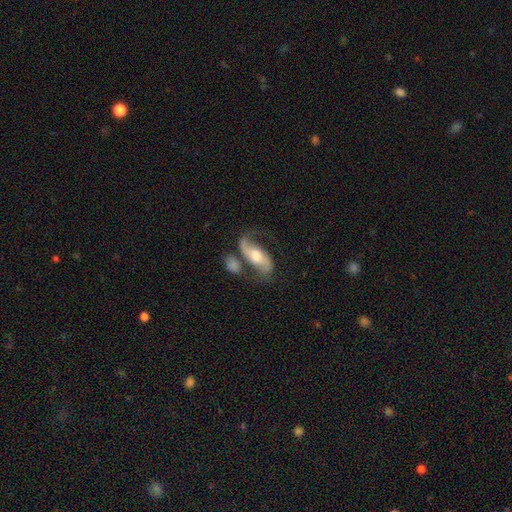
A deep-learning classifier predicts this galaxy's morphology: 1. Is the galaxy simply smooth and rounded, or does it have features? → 77% featured or disk, 17% smooth, 6% star or artifact.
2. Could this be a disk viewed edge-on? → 92% no, 8% yes.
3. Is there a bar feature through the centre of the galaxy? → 44% no, 35% weak, 21% strong.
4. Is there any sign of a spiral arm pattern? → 92% yes, 8% no.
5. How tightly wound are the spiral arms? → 60% loose, 31% medium, 9% tight.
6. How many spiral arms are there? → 89% 2, 4% can't tell, 4% 1, 1% 3, 1% 4, 1% more than 4.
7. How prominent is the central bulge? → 61% moderate, 18% small, 16% large, 3% none, 2% dominant.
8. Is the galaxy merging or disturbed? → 49% none, 21% merger, 17% minor disturbance, 13% major disturbance.